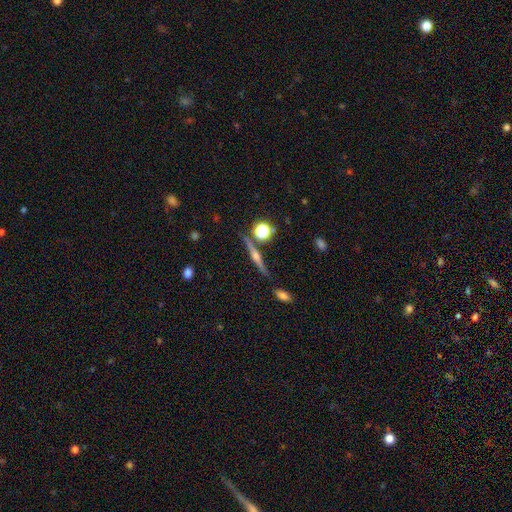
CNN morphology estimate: smooth_or_featured: featured or disk (p=0.73) [alt: smooth p=0.17]
disk_edge_on: yes (p=0.97) [alt: no p=0.03]
edge_on_bulge: rounded (p=0.90) [alt: boxy p=0.06]
merging: none (p=0.84) [alt: minor disturbance p=0.09]